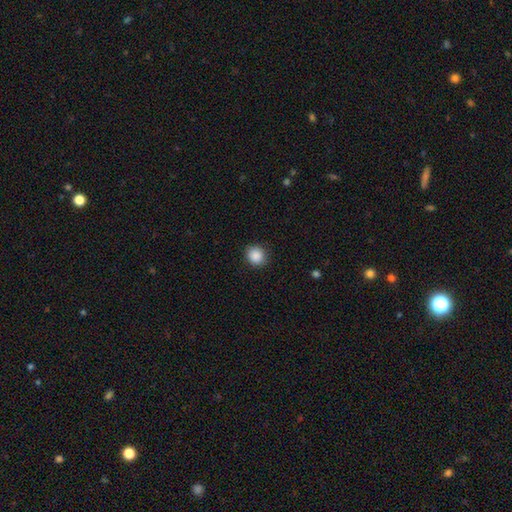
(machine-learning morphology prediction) smooth 89%, star or artifact 9%, featured or disk 3%. Down the decision tree: how rounded — round (82%); merging — none (88%).